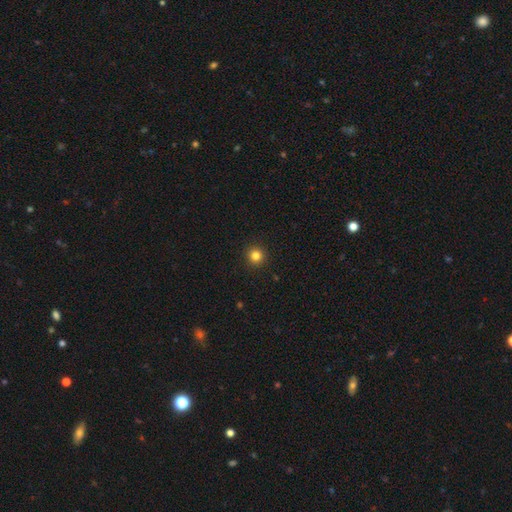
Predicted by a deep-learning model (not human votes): This appears to be a smooth galaxy with no disk features (82%) that is round (95%). Merging: none (93%).